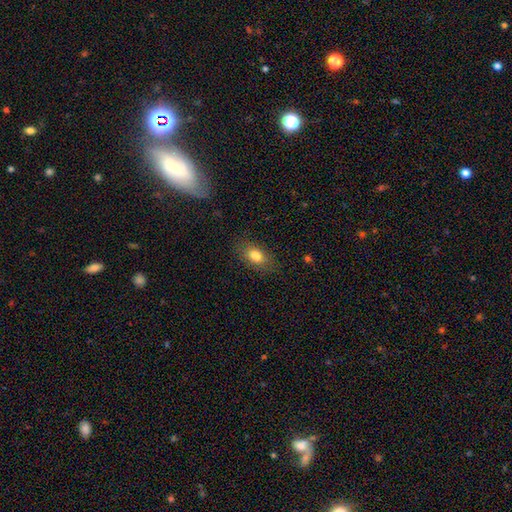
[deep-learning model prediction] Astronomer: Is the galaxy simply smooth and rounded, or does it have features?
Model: smooth — 79%.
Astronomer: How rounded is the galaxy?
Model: in between — 84%.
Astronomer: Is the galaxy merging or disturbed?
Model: none — 83%.